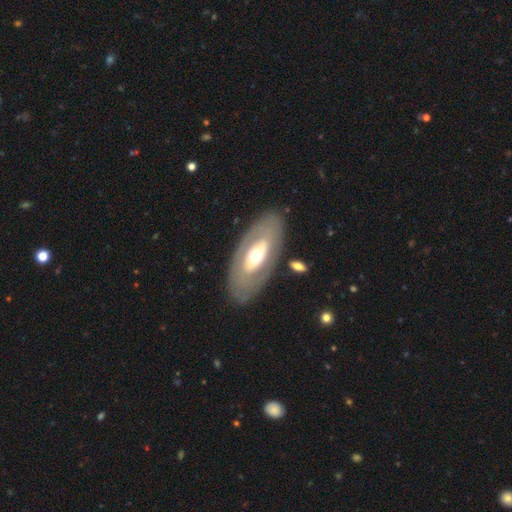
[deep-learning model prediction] The model was most divided on "smooth or featured": featured or disk: 61%, smooth: 34%, star or artifact: 5%. More confident: edge-on disk — no (86%); merging — none (81%); spiral arms — no (80%); bar — no (68%); bulge size — moderate (67%).